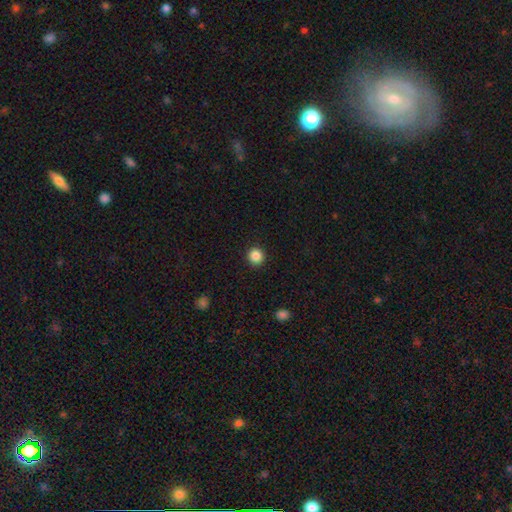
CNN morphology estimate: smooth_or_featured: smooth (p=0.86) [alt: star or artifact p=0.11]
how_rounded: round (p=0.94) [alt: in between p=0.05]
merging: none (p=0.92) [alt: minor disturbance p=0.05]